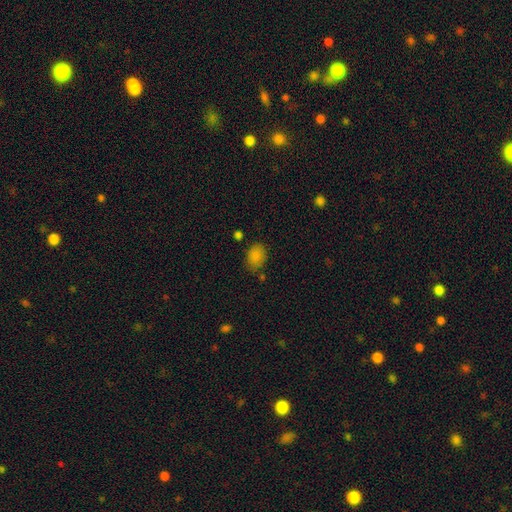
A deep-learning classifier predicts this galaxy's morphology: A smooth galaxy with no disk features (85%) that is in between round and cigar-shaped (76%).

Vote fractions:
- Smooth or featured? smooth: 85% / star or artifact: 10% / featured or disk: 5%
- How rounded? in between: 76% / round: 23% / cigar-shaped: 1%
- Merging? none: 75% / minor disturbance: 16% / merger: 5% / major disturbance: 4%